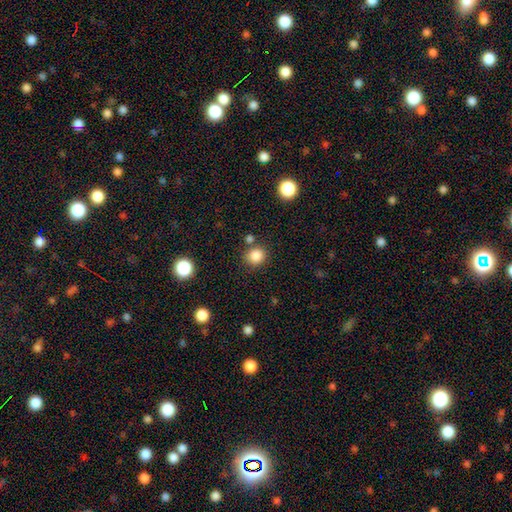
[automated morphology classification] smooth-or-featured: smooth: 85% | star or artifact: 11% | featured or disk: 4%
  how-rounded: round: 83% | in between: 16% | cigar-shaped: 1%
  merging: none: 79% | minor disturbance: 10% | merger: 8% | major disturbance: 3%